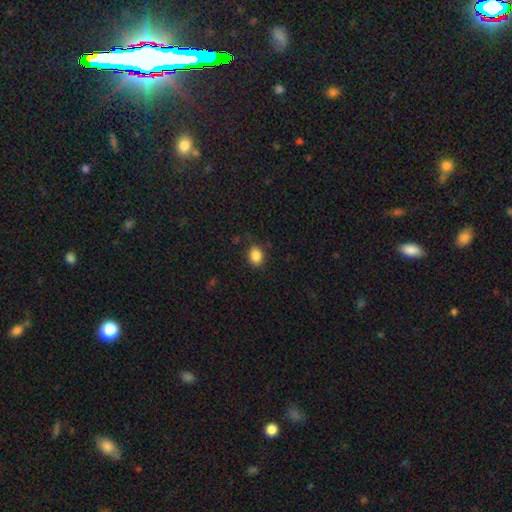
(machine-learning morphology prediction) Overall: smooth (86%). How rounded: in between (59%; round 41%). Merging: none (81%).